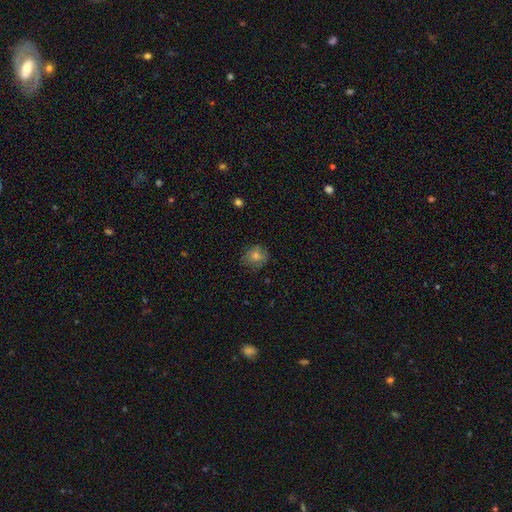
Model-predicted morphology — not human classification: Smooth or featured: smooth — 64% (featured or disk — 19%)
How rounded: round — 79% (in between — 20%)
Merging: none — 79% (minor disturbance — 16%)